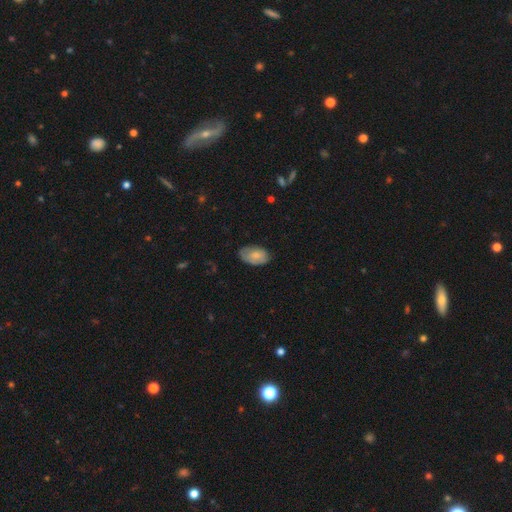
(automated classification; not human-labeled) This is likely a smooth galaxy (73%). How rounded: clearly in between (92%). Merging: likely none (71%).